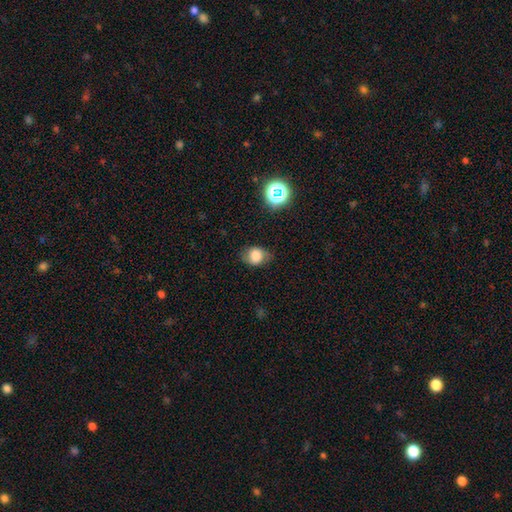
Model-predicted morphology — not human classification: Smooth or featured?
  - smooth: 72% *
  - featured or disk: 15%
  - star or artifact: 12%
How rounded?
  - in between: 60% *
  - round: 38%
  - cigar-shaped: 1%
Merging?
  - none: 70% *
  - minor disturbance: 21%
  - major disturbance: 7%
  - merger: 1%